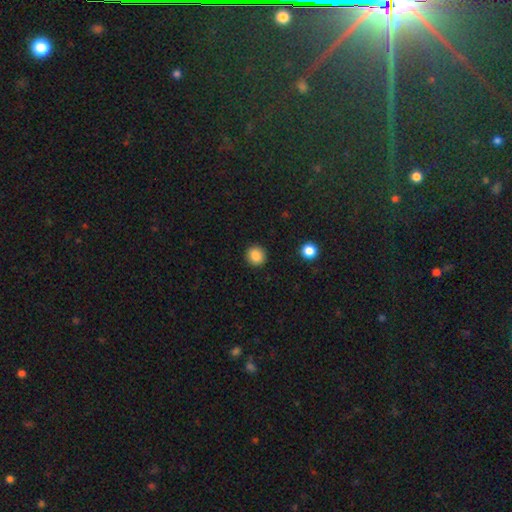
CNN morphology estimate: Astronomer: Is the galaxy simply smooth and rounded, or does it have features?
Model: smooth — 86%.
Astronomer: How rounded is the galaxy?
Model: round — 93%.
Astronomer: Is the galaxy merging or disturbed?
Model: none — 92%.